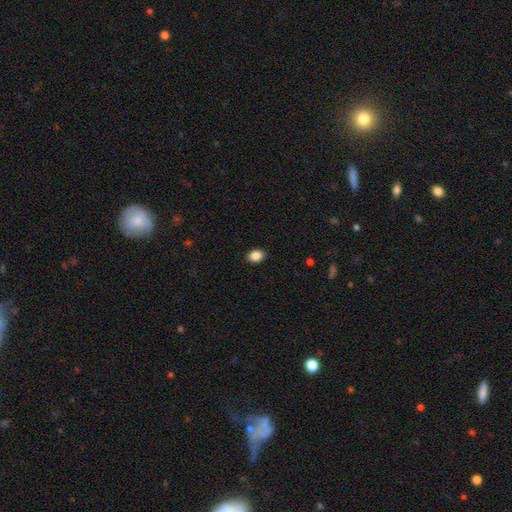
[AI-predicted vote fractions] Smooth or featured: smooth — 87% (star or artifact — 9%)
How rounded: in between — 69% (round — 30%)
Merging: none — 90% (minor disturbance — 7%)